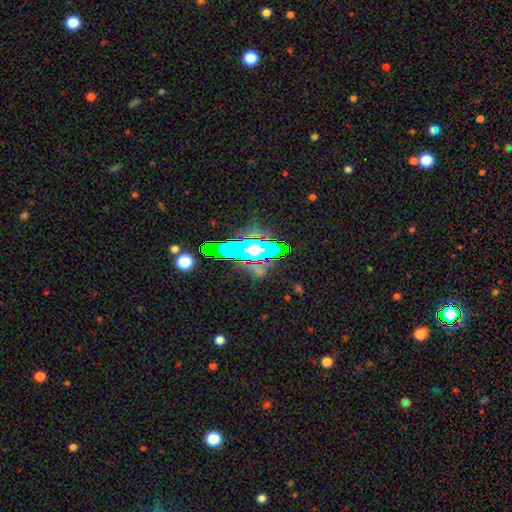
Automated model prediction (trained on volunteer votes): This appears to be a star or artifact, not a galaxy (53%).